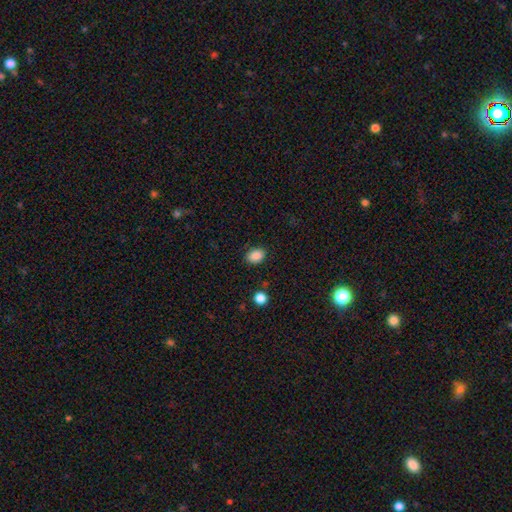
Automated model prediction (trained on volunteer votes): smooth-or-featured: smooth: 87% | star or artifact: 9% | featured or disk: 4%
  how-rounded: in between: 77% | round: 22% | cigar-shaped: 1%
  merging: none: 86% | minor disturbance: 10% | major disturbance: 3% | merger: 2%